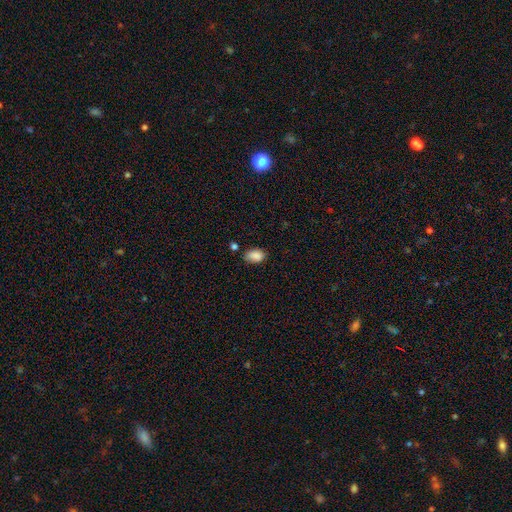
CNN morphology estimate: Q: Smooth or featured?
A: smooth (87%); runner-up: star or artifact (9%)
Q: How rounded?
A: in between (88%); runner-up: round (11%)
Q: Merging?
A: none (66%); runner-up: minor disturbance (24%)